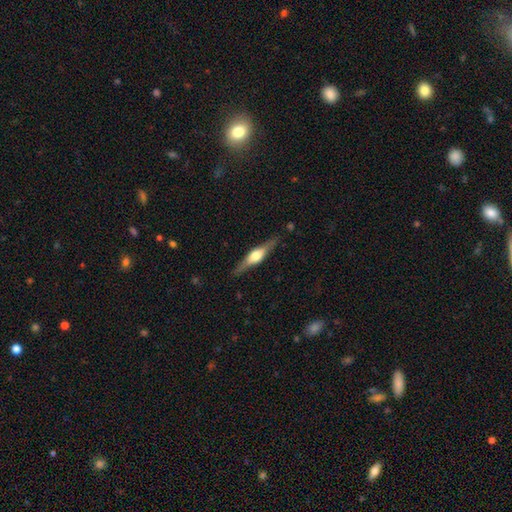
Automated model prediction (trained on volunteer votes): This is likely a featured or disk galaxy (70%). It is clearly viewed edge-on (96%). Edge-on bulge: clearly rounded (89%). Merging: clearly none (86%).